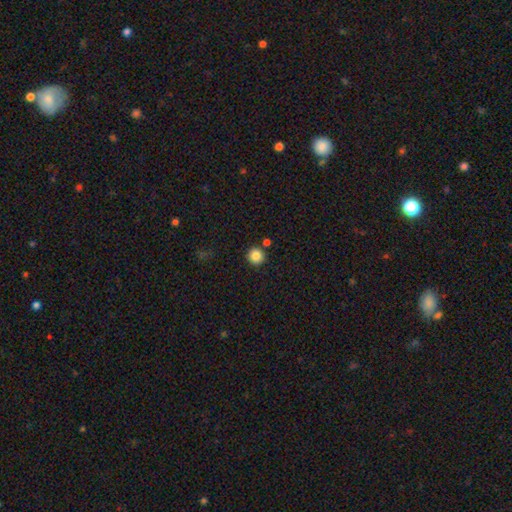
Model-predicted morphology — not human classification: A smooth galaxy with no disk features (85%) that is round (94%). Merging: none (86%).